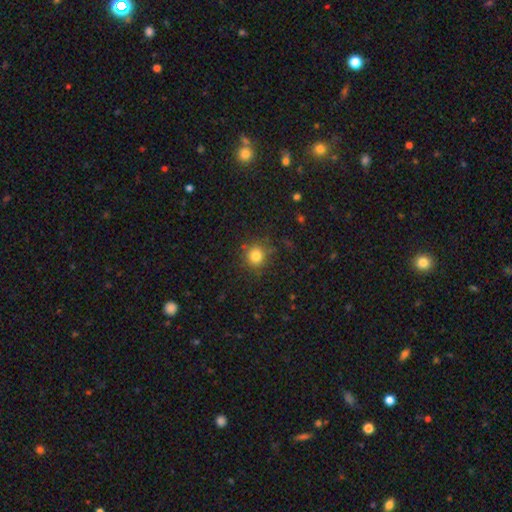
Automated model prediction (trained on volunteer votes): Morphology: type=smooth (81%); roundness=round (91%); merging=none (83%).